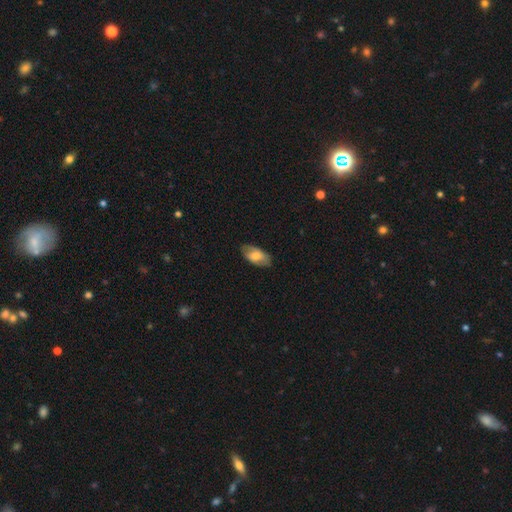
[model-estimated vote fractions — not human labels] This appears to be a smooth galaxy with no disk features (62%) that is in between round and cigar-shaped (92%). Merging: none (79%).